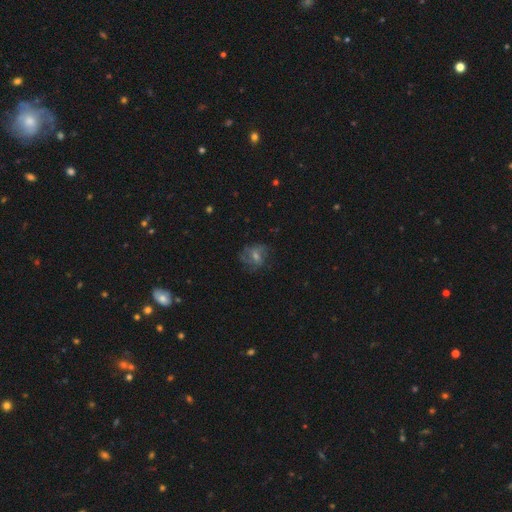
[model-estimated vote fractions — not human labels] Smooth or featured? featured or disk (54%)
Edge-on disk? no (96%)
Bar? no (48%)
Spiral arms? yes (79%)
Bulge size? moderate (51%)
Merging? none (70%)